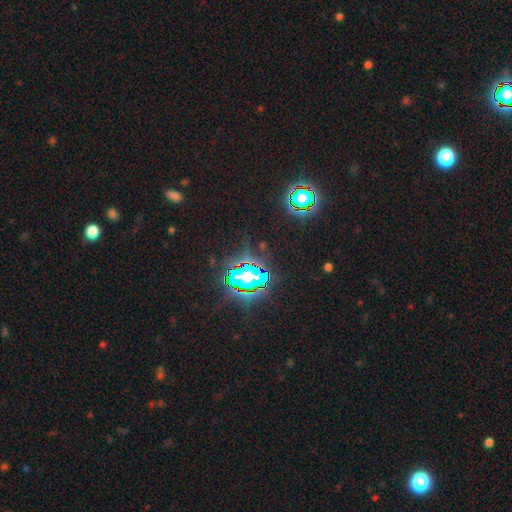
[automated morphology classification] star or artifact 84%, smooth 10%, featured or disk 6%.